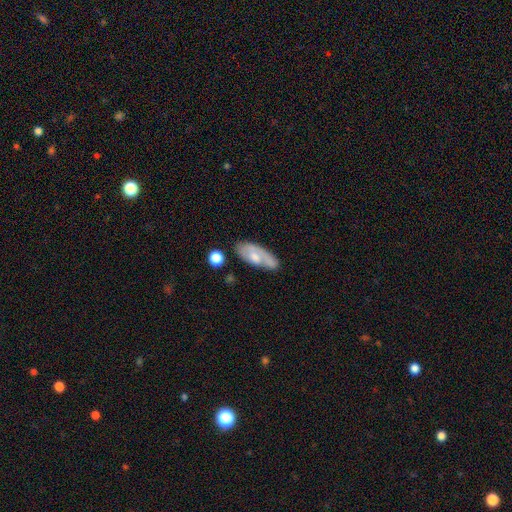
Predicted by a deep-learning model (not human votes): This is possibly a smooth galaxy (51%). How rounded: likely in between (80%). Merging: likely none (61%).